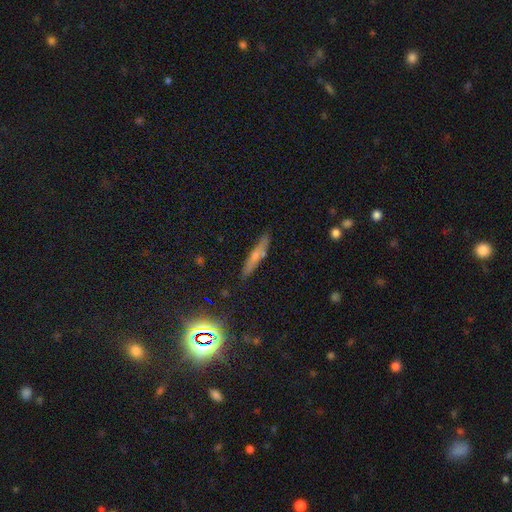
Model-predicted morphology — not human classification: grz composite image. It shows a smooth galaxy with no disk features (50%) that is cigar-shaped (87%). Merging: none (81%).